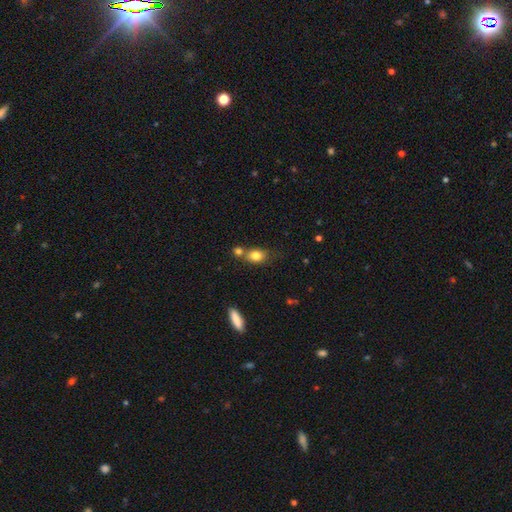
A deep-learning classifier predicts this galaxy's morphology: Smooth or featured? smooth (80%)
How rounded? in between (63%)
Merging? none (49%)